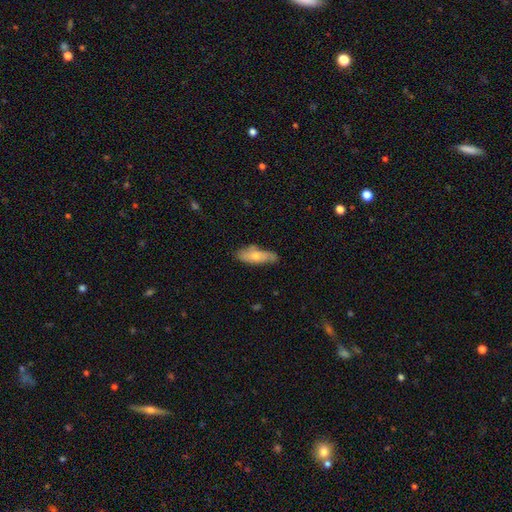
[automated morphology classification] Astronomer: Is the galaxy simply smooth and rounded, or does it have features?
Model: smooth — 64%.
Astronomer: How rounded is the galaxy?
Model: in between — 62%.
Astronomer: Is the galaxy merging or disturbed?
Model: none — 69%.